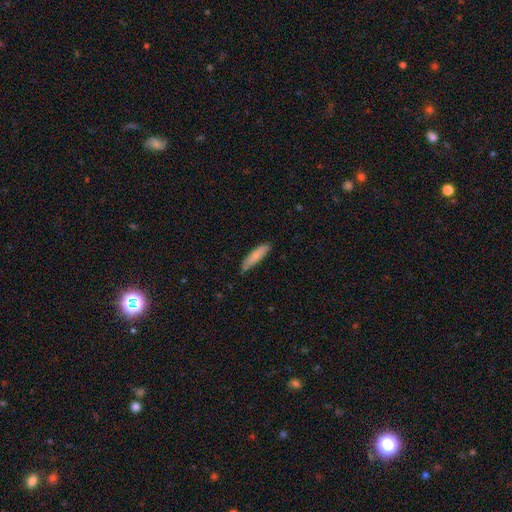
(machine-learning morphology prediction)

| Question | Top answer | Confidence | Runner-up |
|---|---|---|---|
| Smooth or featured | smooth | 81% | featured or disk (13%) |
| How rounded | cigar-shaped | 75% | in between (23%) |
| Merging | none | 75% | minor disturbance (21%) |